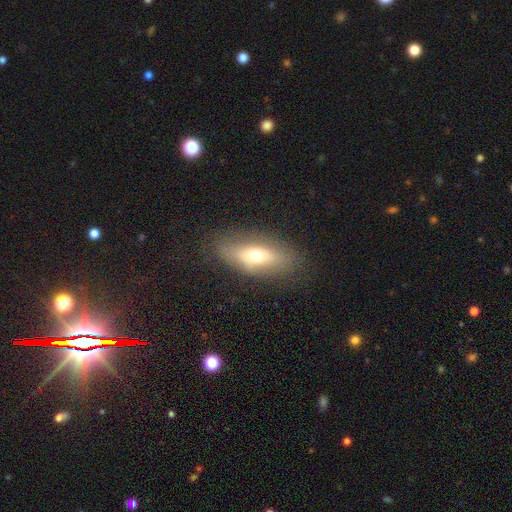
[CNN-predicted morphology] smooth-or-featured: smooth: 56% | featured or disk: 36% | star or artifact: 9%
  how-rounded: in between: 64% | cigar-shaped: 31% | round: 4%
  merging: none: 81% | minor disturbance: 13% | major disturbance: 5% | merger: 1%